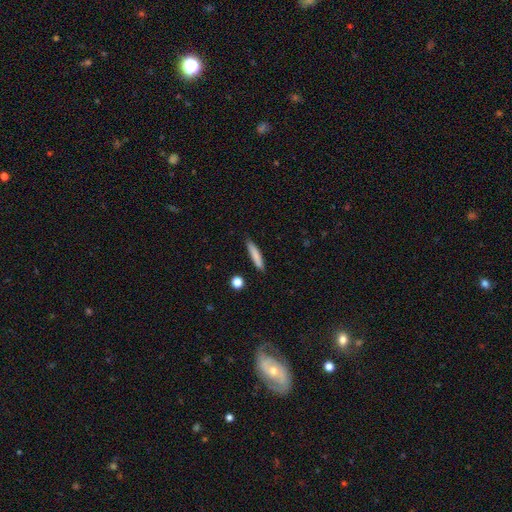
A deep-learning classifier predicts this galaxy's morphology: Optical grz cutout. It shows a smooth galaxy with no disk features (81%) that is cigar-shaped (88%). Merging: none (85%).